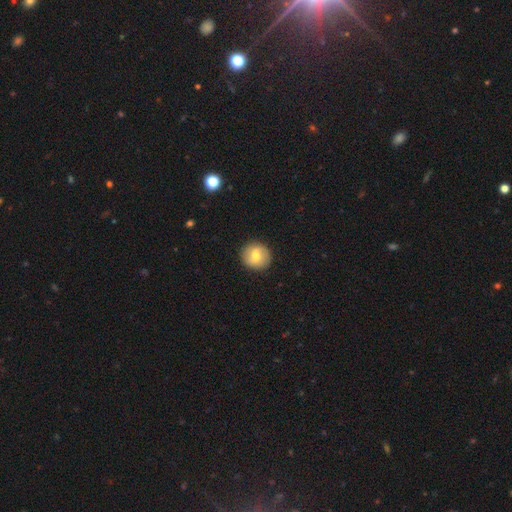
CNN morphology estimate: The model was most divided on "smooth or featured": smooth: 63%, featured or disk: 29%, star or artifact: 8%. More confident: merging — none (89%); how rounded — round (89%).